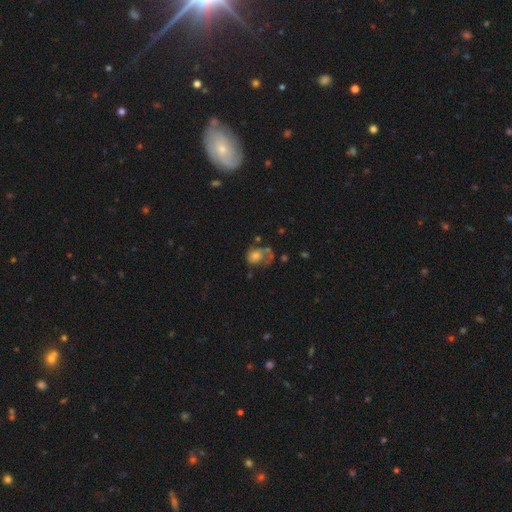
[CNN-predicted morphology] type=smooth (50%); roundness=round (55%); merging=major disturbance (33%, tied with none).